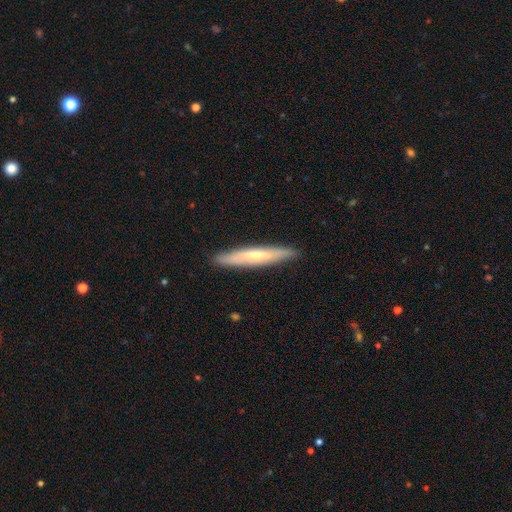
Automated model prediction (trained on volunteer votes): Smooth or featured? Predicted: featured or disk (p=0.51). Edge-on disk? Predicted: yes (p=0.83). Merging? Predicted: none (p=0.89).